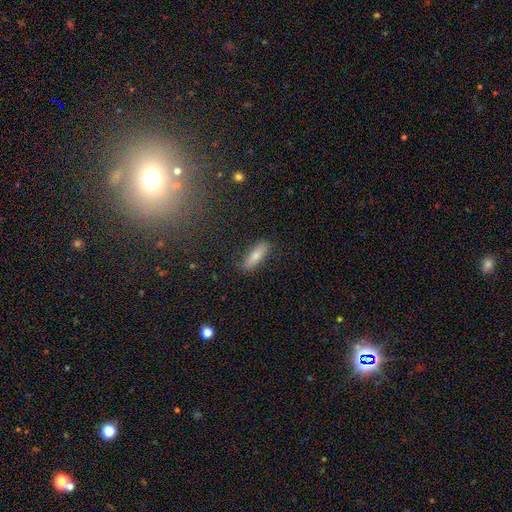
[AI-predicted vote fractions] Q: Smooth or featured?
A: smooth (75%); runner-up: featured or disk (18%)
Q: How rounded?
A: cigar-shaped (54%); runner-up: in between (44%)
Q: Merging?
A: none (84%); runner-up: minor disturbance (12%)